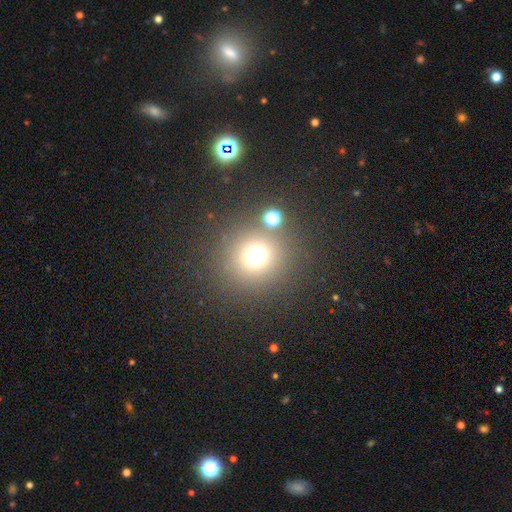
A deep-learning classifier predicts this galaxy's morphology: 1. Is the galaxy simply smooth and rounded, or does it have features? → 68% smooth, 23% star or artifact, 9% featured or disk.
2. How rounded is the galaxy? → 93% round, 6% in between, 1% cigar-shaped.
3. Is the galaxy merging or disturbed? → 78% none, 10% merger, 7% minor disturbance, 5% major disturbance.